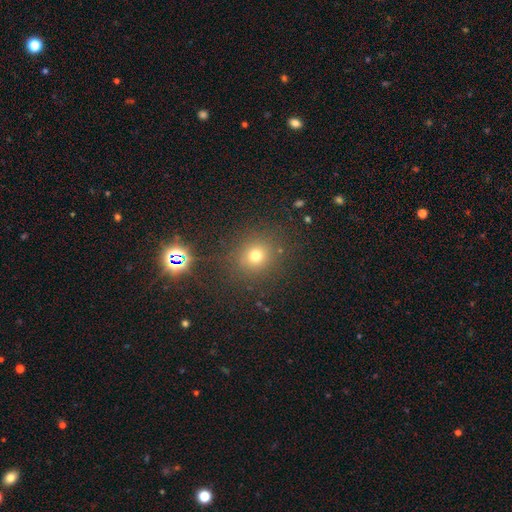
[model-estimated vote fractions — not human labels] The model was most divided on "smooth or featured": smooth: 70%, star or artifact: 22%, featured or disk: 8%. More confident: how rounded — round (85%); merging — none (83%).